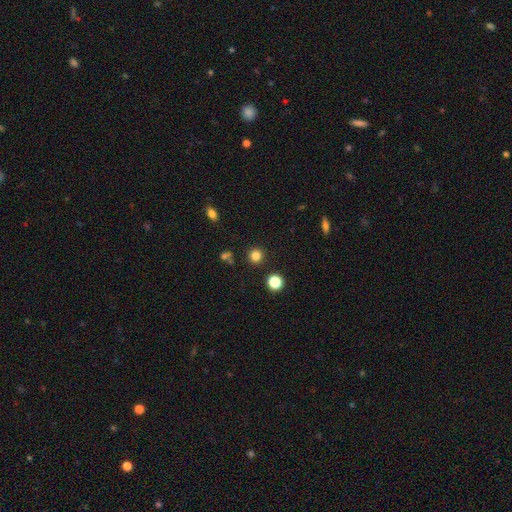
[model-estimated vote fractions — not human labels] smooth 81%, star or artifact 15%, featured or disk 4%. Down the decision tree: how rounded — round (94%); merging — none (89%).